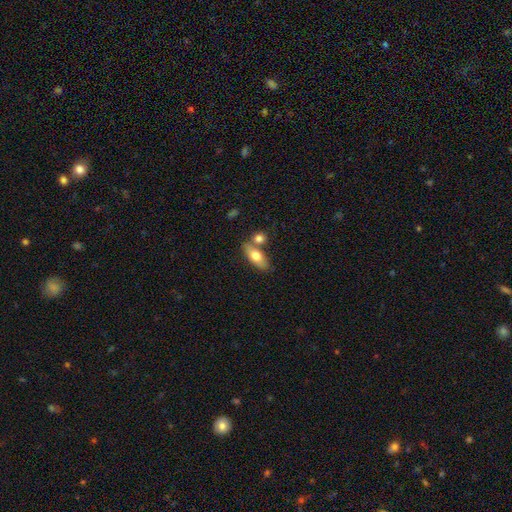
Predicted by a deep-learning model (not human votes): smooth 69%, featured or disk 25%, star or artifact 6%. Down the decision tree: how rounded — in between (76%); merging — none (60%).